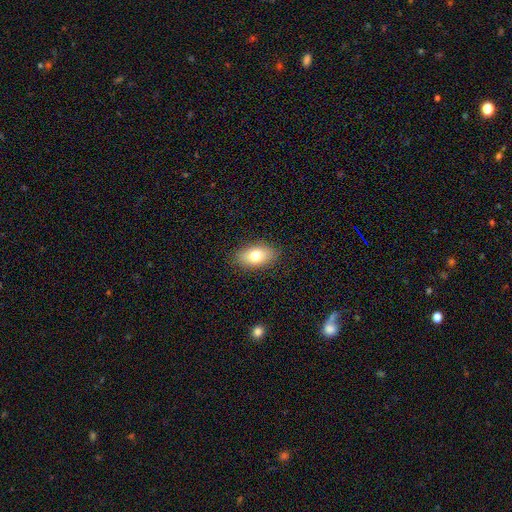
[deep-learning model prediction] smooth 76%, featured or disk 16%, star or artifact 8%. Down the decision tree: how rounded — in between (89%); merging — none (87%).